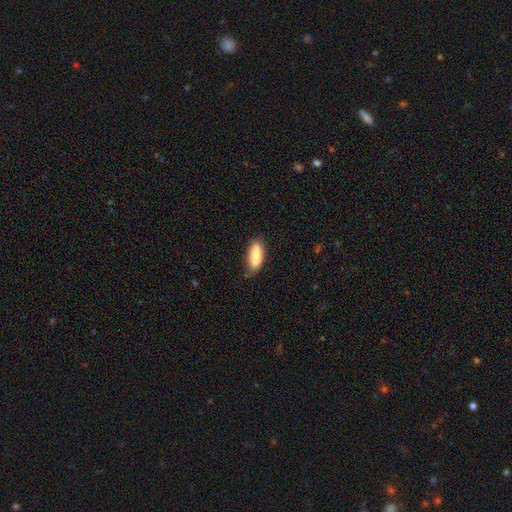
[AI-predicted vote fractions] This appears to be a smooth galaxy with no disk features (77%) that is in between round and cigar-shaped (88%). Merging: none (64%).